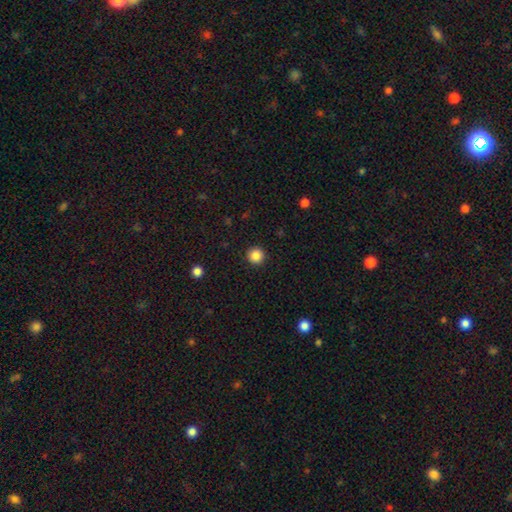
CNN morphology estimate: Overall: smooth (86%). How rounded: round (96%). Merging: none (93%).